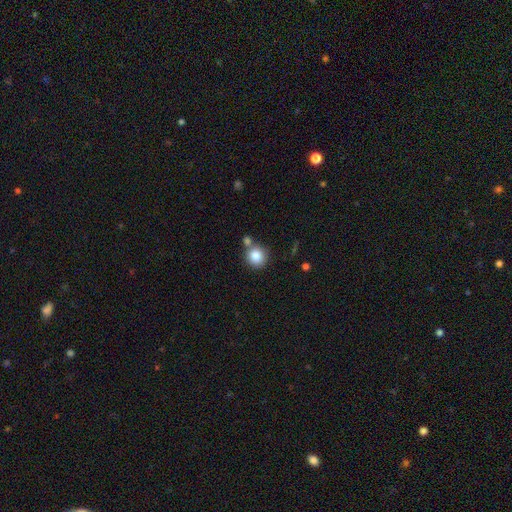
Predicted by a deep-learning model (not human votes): Smooth or featured? smooth (84%)
How rounded? round (89%)
Merging? none (64%)